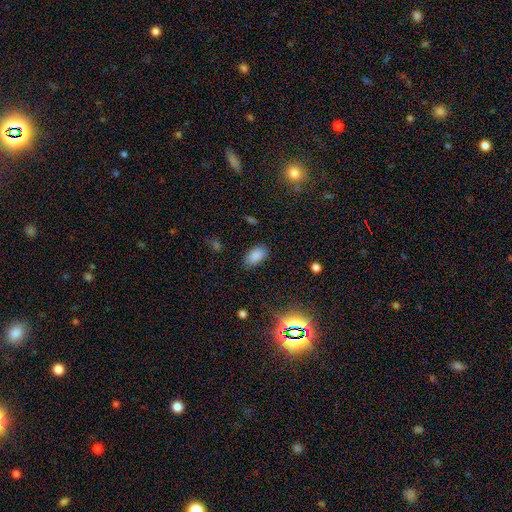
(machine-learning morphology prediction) This appears to be a smooth galaxy with no disk features (85%) that is in between round and cigar-shaped (93%). Merging: none (84%).